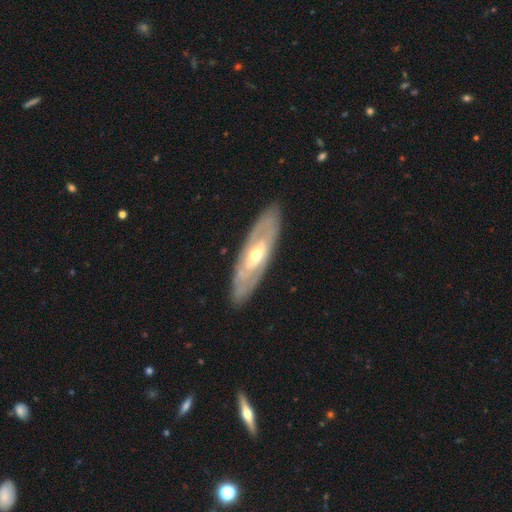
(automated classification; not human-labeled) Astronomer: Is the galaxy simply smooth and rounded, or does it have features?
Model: featured or disk — 76%.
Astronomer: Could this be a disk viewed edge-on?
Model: no — 78%.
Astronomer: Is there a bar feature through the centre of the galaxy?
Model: no — 56%.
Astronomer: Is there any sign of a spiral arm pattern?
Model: yes — 62% (runner-up: no, 38%).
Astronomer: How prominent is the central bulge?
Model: moderate — 58% (runner-up: small, 37%).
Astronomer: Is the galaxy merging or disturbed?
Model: none — 86%.